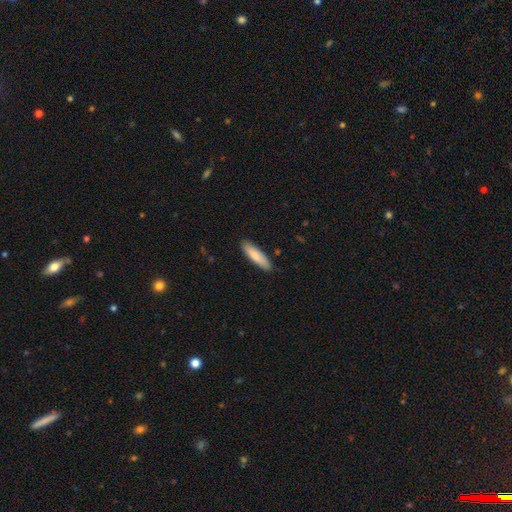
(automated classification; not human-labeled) Q: Smooth or featured?
A: smooth (83%); runner-up: featured or disk (12%)
Q: How rounded?
A: cigar-shaped (64%); runner-up: in between (34%)
Q: Merging?
A: none (88%); runner-up: minor disturbance (9%)